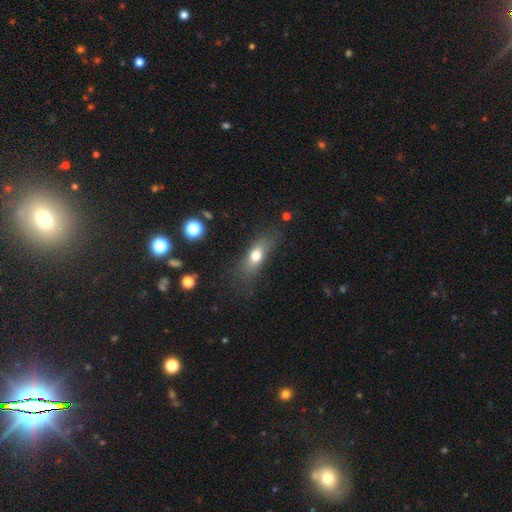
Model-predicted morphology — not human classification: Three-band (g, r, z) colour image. It shows a smooth galaxy with no disk features (68%) that is in between round and cigar-shaped (65%). Merging: none (69%).